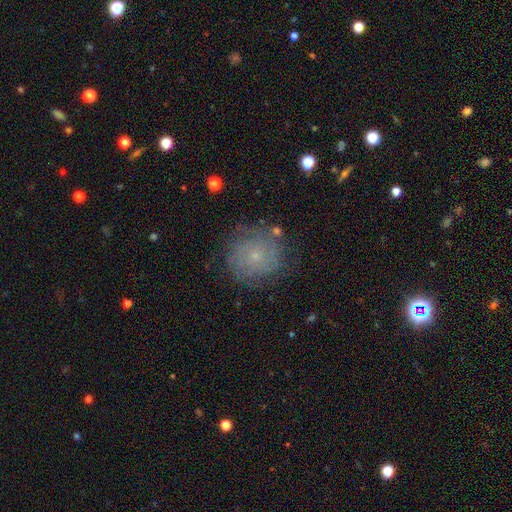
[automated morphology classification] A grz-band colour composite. It shows a featured or disk galaxy (55%) with no bar (84%), spiral arms (84%) and a small central bulge (79%). Merging: none (78%).